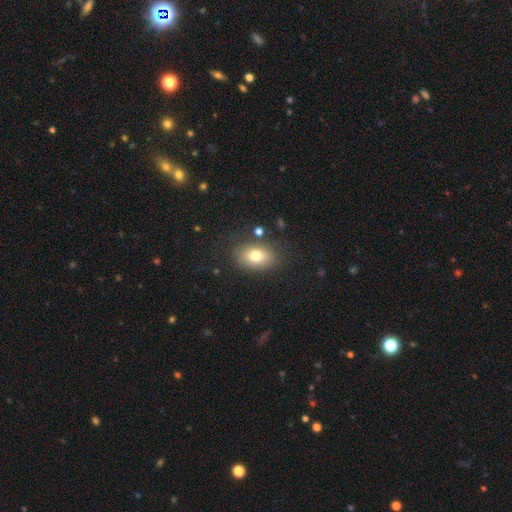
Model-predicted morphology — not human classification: A smooth galaxy with no disk features (77%) that is in between round and cigar-shaped (81%).

Vote fractions:
- Smooth or featured? smooth: 77% / featured or disk: 13% / star or artifact: 10%
- How rounded? in between: 81% / round: 18% / cigar-shaped: 1%
- Merging? none: 80% / minor disturbance: 12% / major disturbance: 5% / merger: 3%